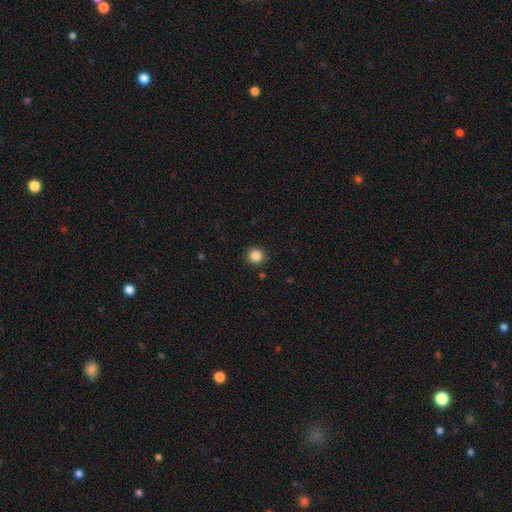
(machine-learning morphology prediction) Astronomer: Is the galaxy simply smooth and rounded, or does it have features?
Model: smooth — 86%.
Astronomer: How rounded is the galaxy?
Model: round — 92%.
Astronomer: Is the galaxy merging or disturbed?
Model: none — 90%.